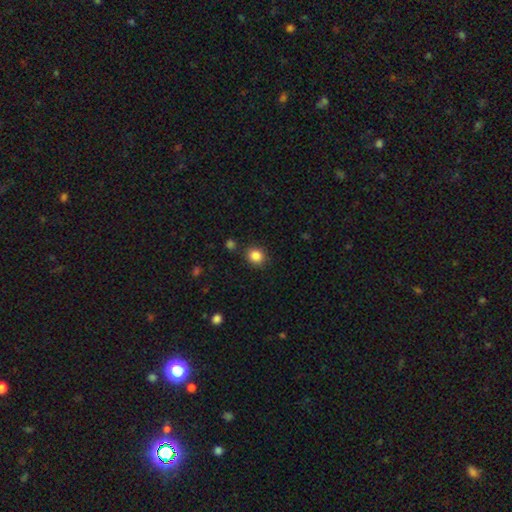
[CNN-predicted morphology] Q: Smooth or featured?
A: smooth (85%); runner-up: star or artifact (10%)
Q: How rounded?
A: round (78%); runner-up: in between (21%)
Q: Merging?
A: none (85%); runner-up: minor disturbance (9%)